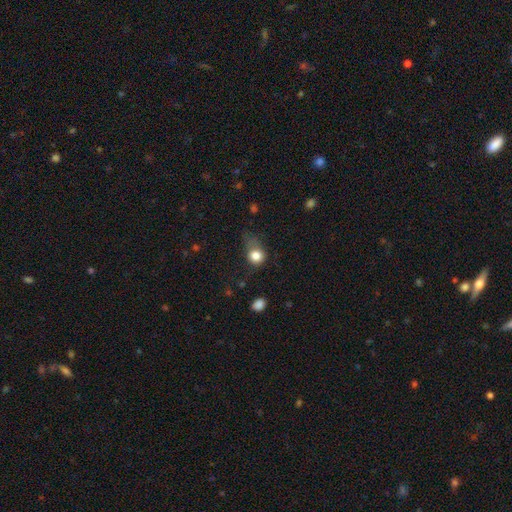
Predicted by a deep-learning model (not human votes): The model was most divided on "merging": none: 35%, minor disturbance: 34%, major disturbance: 28%, merger: 3%. More confident: smooth or featured — smooth (81%); how rounded — round (77%).